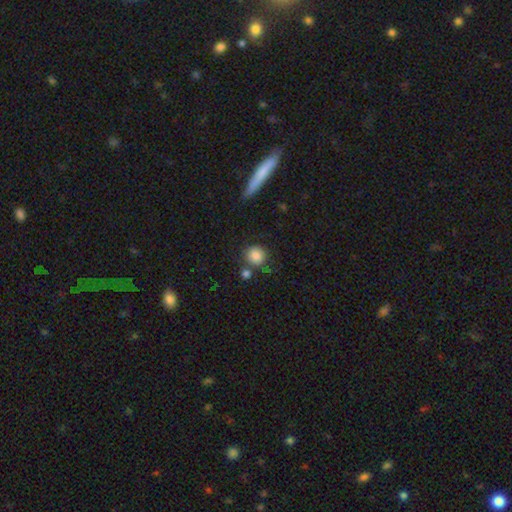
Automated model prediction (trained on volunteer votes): This appears to be a smooth galaxy with no disk features (86%) that is round (90%). Merging: none (71%).